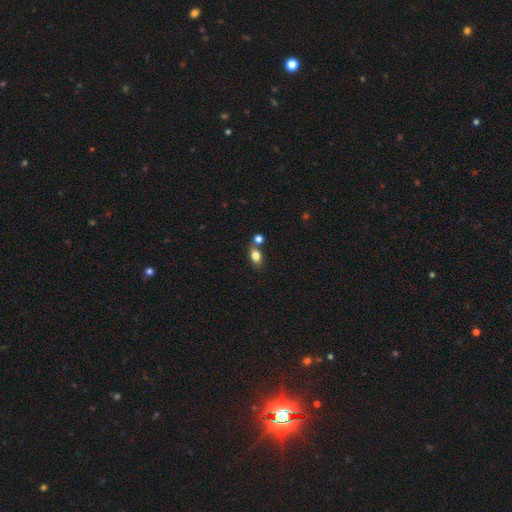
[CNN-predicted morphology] Q: Smooth or featured?
A: smooth (82%); runner-up: star or artifact (10%)
Q: How rounded?
A: in between (80%); runner-up: round (17%)
Q: Merging?
A: none (64%); runner-up: merger (21%)